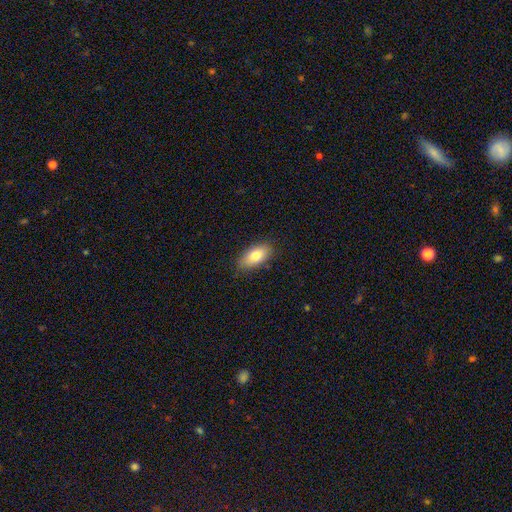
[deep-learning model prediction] smooth 80%, featured or disk 13%, star or artifact 7%. Down the decision tree: how rounded — in between (89%); merging — none (85%).